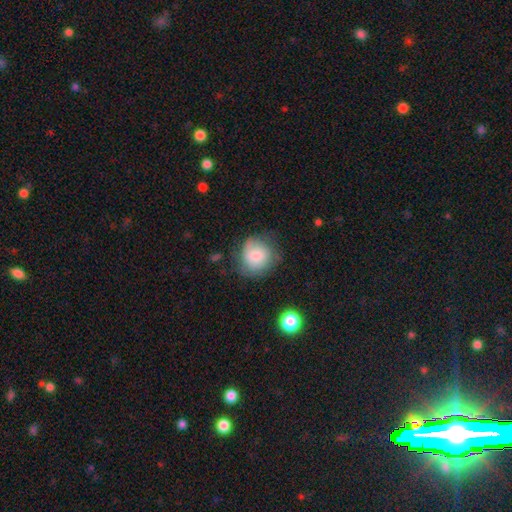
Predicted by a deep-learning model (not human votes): A smooth galaxy with no disk features (73%) that is round (81%).

Vote fractions:
- Smooth or featured? smooth: 73% / featured or disk: 19% / star or artifact: 8%
- How rounded? round: 81% / in between: 18% / cigar-shaped: 1%
- Merging? none: 59% / minor disturbance: 27% / major disturbance: 12% / merger: 2%